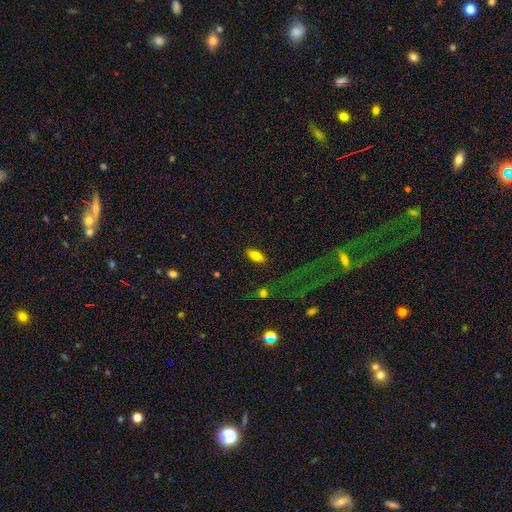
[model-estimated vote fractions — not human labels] Smooth or featured: smooth — 76% (featured or disk — 15%)
How rounded: in between — 82% (cigar-shaped — 15%)
Merging: none — 87% (minor disturbance — 9%)